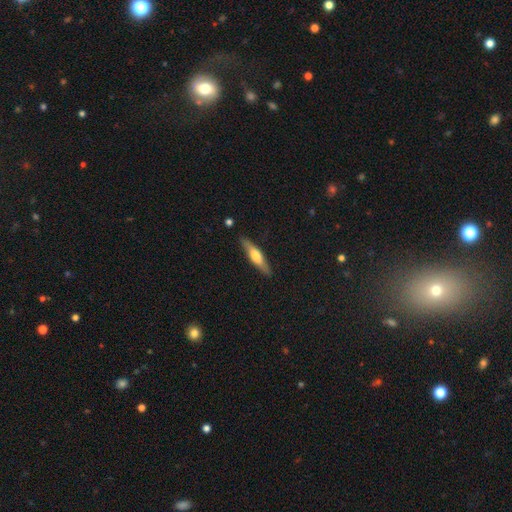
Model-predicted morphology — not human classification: smooth_or_featured: smooth (p=0.48) [alt: featured or disk p=0.46]
merging: none (p=0.87) [alt: minor disturbance p=0.10]